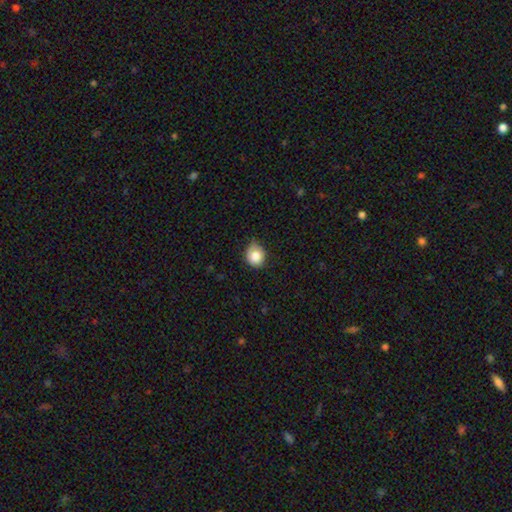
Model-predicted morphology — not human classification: smooth-or-featured: smooth: 82% | star or artifact: 9% | featured or disk: 9%
  how-rounded: round: 79% | in between: 20% | cigar-shaped: 1%
  merging: none: 58% | minor disturbance: 35% | major disturbance: 6% | merger: 2%